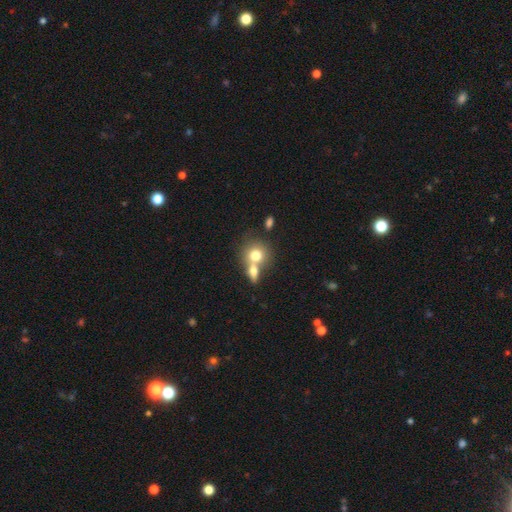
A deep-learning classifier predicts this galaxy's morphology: Smooth or featured? Predicted: smooth (p=0.74). How rounded? Predicted: round (p=0.73). Merging? Predicted: merger (p=0.58).